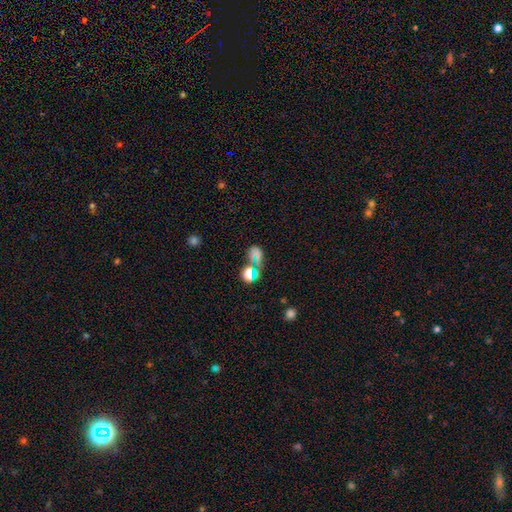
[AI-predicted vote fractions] This appears to be a smooth galaxy with no disk features (48%). Merging: none (44%).